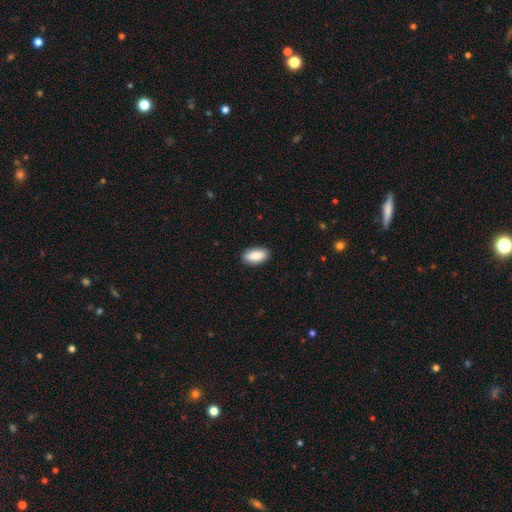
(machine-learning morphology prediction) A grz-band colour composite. It shows a smooth galaxy with no disk features (89%) that is in between round and cigar-shaped (91%). Merging: none (88%).